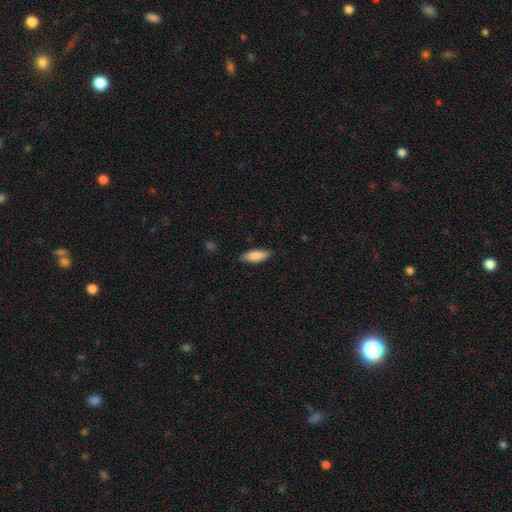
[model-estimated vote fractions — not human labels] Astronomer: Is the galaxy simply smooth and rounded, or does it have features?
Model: smooth — 85%.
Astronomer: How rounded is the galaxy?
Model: in between — 63%.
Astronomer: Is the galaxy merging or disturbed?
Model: none — 85%.